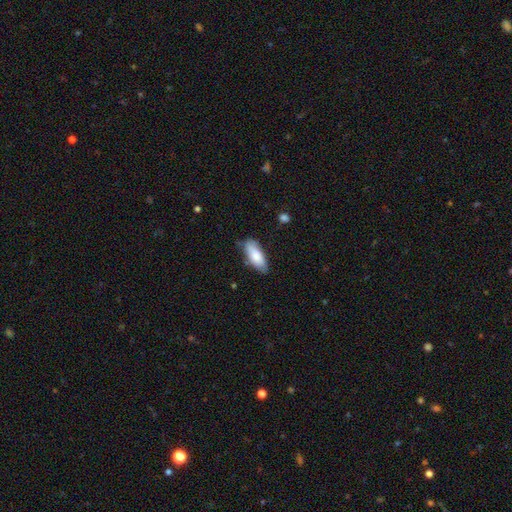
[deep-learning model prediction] The model was most divided on "merging": none: 73%, minor disturbance: 21%, major disturbance: 4%, merger: 2%. More confident: smooth or featured — smooth (82%); how rounded — in between (79%).